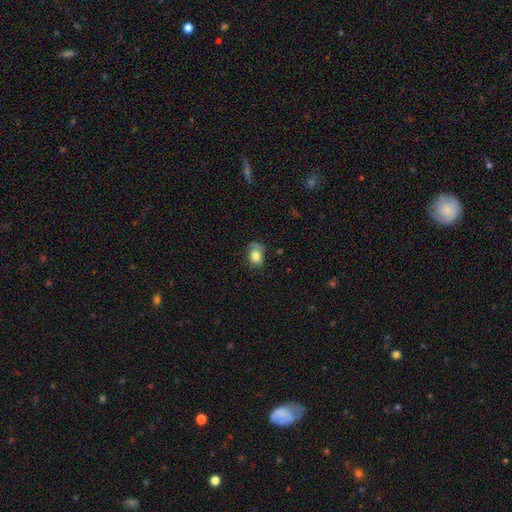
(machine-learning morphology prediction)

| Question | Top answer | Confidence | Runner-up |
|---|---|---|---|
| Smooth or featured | smooth | 78% | featured or disk (13%) |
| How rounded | in between | 64% | round (35%) |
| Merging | none | 48% | minor disturbance (33%) |